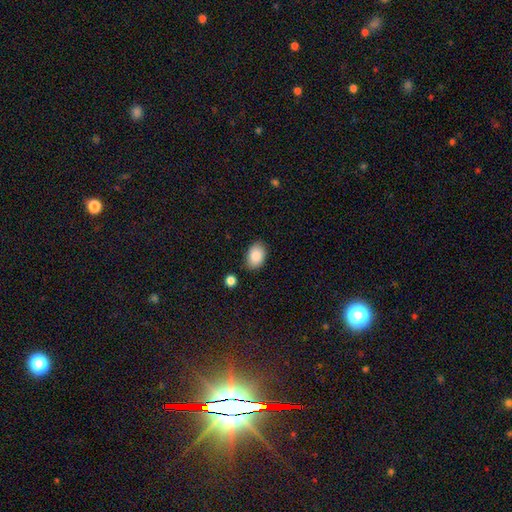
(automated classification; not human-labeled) Overall: smooth (88%). How rounded: in between (86%). Merging: none (82%).